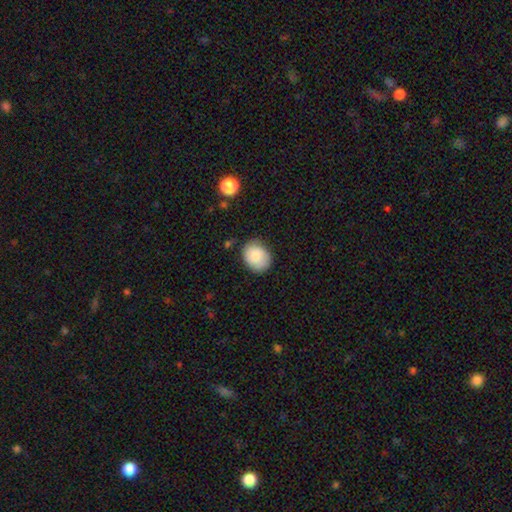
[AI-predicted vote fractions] Smooth or featured?
  - smooth: 85% *
  - featured or disk: 8%
  - star or artifact: 7%
How rounded?
  - in between: 50% *
  - round: 49%
  - cigar-shaped: 1%
Merging?
  - none: 75% *
  - minor disturbance: 19%
  - major disturbance: 4%
  - merger: 2%